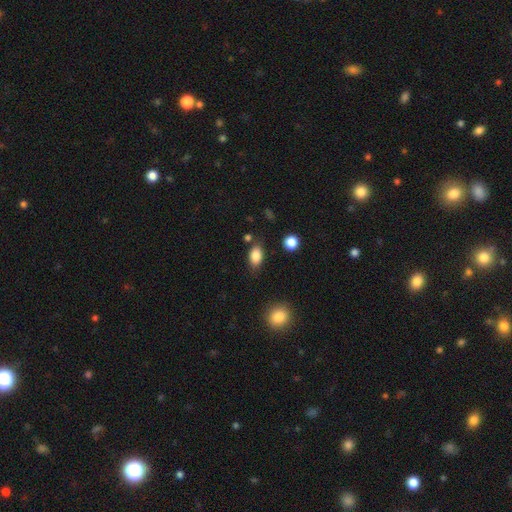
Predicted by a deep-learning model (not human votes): Smooth or featured: smooth — 85% (star or artifact — 9%)
How rounded: in between — 85% (round — 13%)
Merging: none — 77% (minor disturbance — 15%)